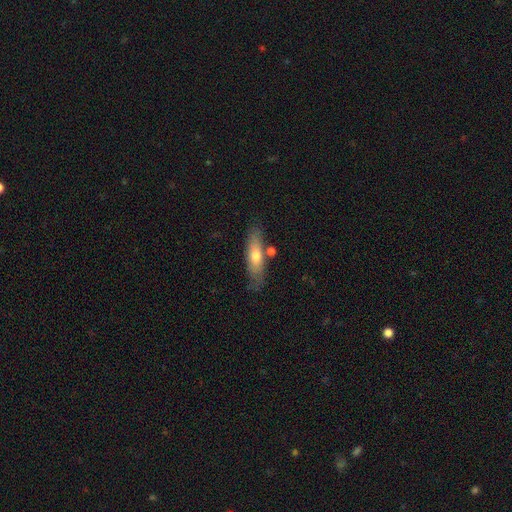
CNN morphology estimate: type=smooth (59%); roundness=cigar-shaped (56%); merging=none (70%).